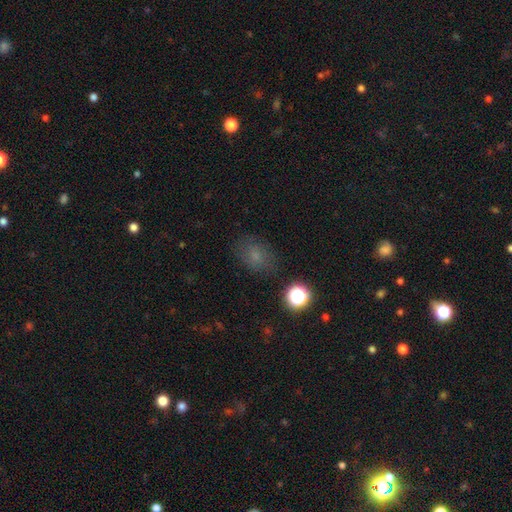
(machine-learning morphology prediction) This is likely a smooth galaxy (68%). How rounded: likely in between (62%). Merging: likely none (76%).